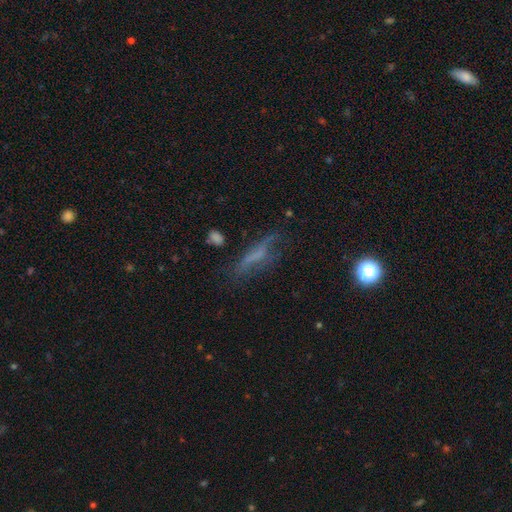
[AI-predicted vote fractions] Smooth or featured? Predicted: smooth (p=0.41, tied with featured or disk). Merging? Predicted: none (p=0.52).